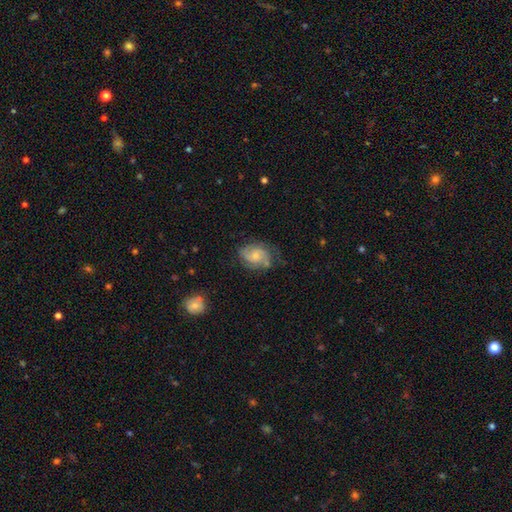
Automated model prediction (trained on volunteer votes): A featured or disk galaxy (73%) with no bar (61%), 2 (70%) medium (48%) spiral arms (94%) and a small central bulge (50%). Merging: none (66%).